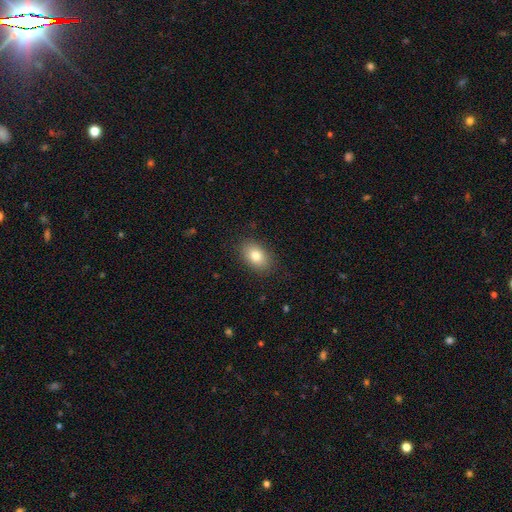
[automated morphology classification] This appears to be a smooth galaxy with no disk features (81%) that is in between round and cigar-shaped (84%). Merging: none (87%).